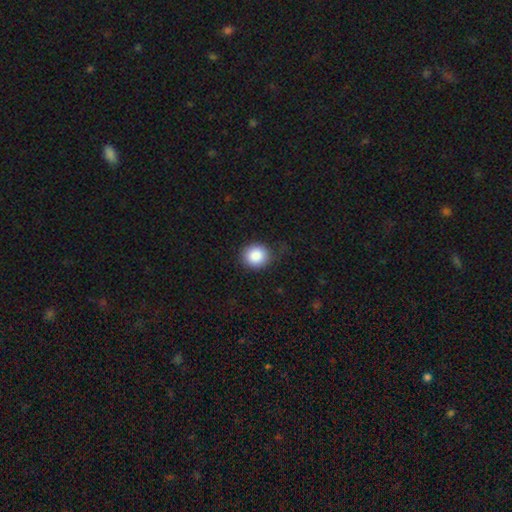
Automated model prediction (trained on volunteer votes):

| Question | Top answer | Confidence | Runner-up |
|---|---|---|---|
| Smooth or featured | smooth | 88% | star or artifact (8%) |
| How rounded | round | 85% | in between (15%) |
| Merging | none | 78% | minor disturbance (16%) |